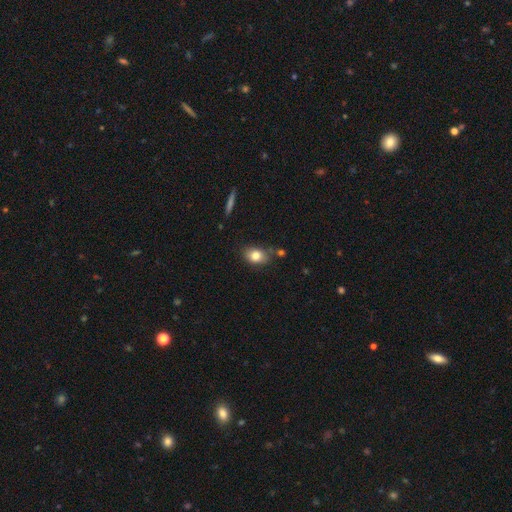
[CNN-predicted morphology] Smooth or featured: smooth — 81% (featured or disk — 10%)
How rounded: in between — 73% (round — 25%)
Merging: none — 72% (minor disturbance — 17%)